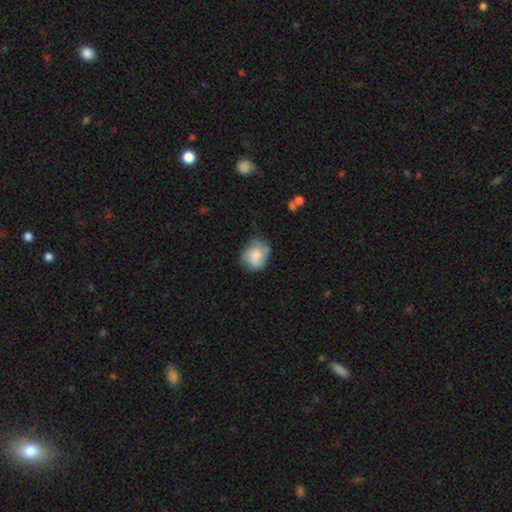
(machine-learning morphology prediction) Smooth or featured? smooth (69%)
How rounded? round (64%)
Merging? none (56%)